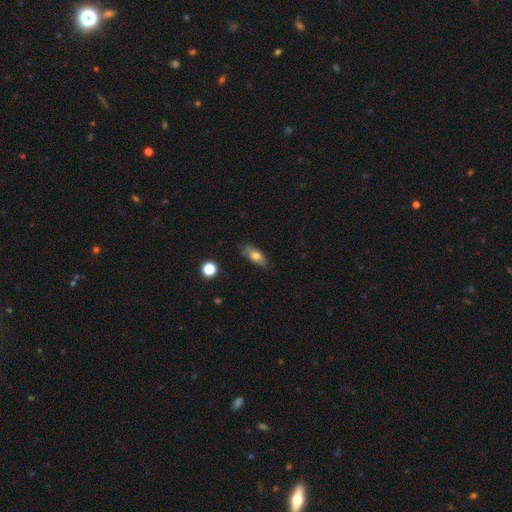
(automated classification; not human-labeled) Overall: smooth (68%). How rounded: in between (78%). Merging: none (75%).